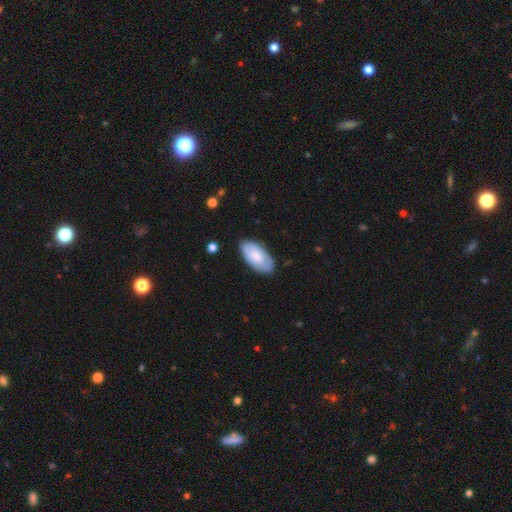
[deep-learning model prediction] Smooth or featured?
  - smooth: 66% *
  - featured or disk: 29%
  - star or artifact: 5%
How rounded?
  - in between: 95% *
  - cigar-shaped: 3%
  - round: 2%
Merging?
  - none: 80% *
  - minor disturbance: 15%
  - major disturbance: 3%
  - merger: 1%